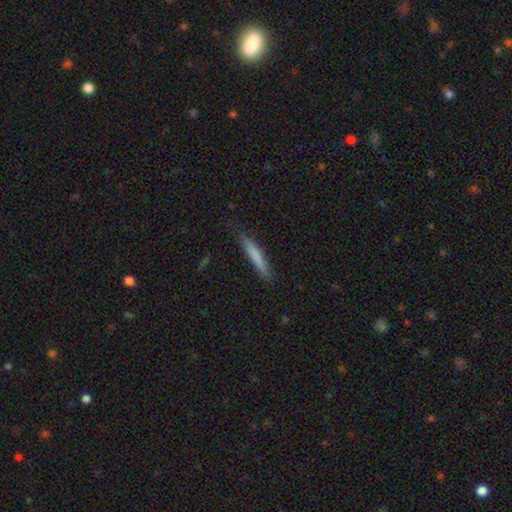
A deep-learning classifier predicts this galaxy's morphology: A smooth galaxy with no disk features (75%) that is cigar-shaped (94%).

Vote fractions:
- Smooth or featured? smooth: 75% / featured or disk: 19% / star or artifact: 6%
- How rounded? cigar-shaped: 94% / in between: 5% / round: 1%
- Merging? none: 84% / minor disturbance: 12% / major disturbance: 2% / merger: 1%